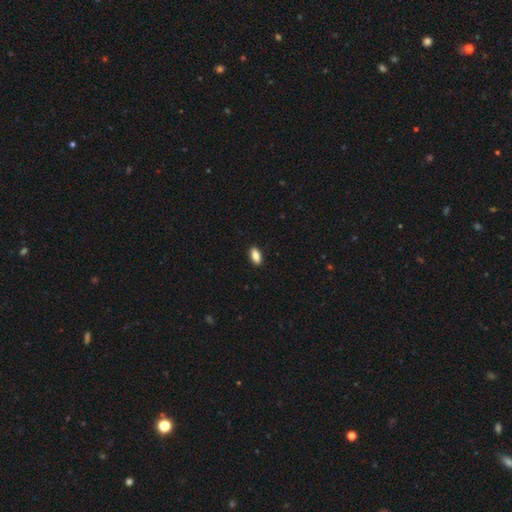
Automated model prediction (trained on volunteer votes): Q: Smooth or featured?
A: smooth (84%); runner-up: featured or disk (9%)
Q: How rounded?
A: in between (88%); runner-up: cigar-shaped (9%)
Q: Merging?
A: none (90%); runner-up: minor disturbance (7%)